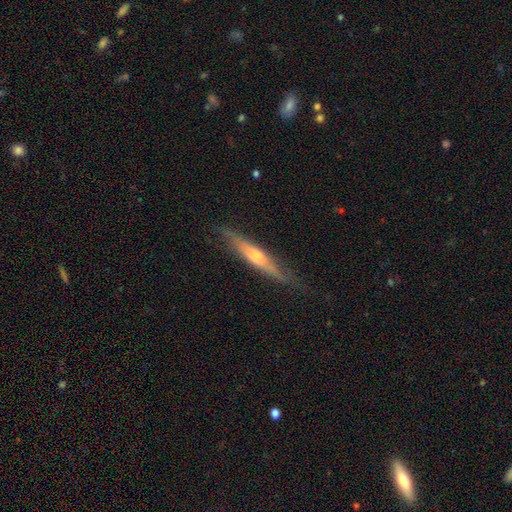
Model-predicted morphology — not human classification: A featured or disk galaxy (55%) viewed edge-on (89%).

Vote fractions:
- Smooth or featured? featured or disk: 55% / smooth: 39% / star or artifact: 6%
- Edge-on disk? yes: 89% / no: 11%
- Merging? none: 77% / minor disturbance: 18% / major disturbance: 4% / merger: 1%